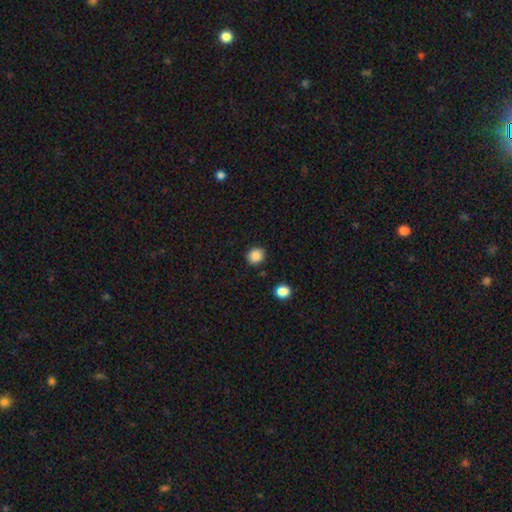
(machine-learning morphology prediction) Smooth or featured: smooth — 86% (star or artifact — 10%)
How rounded: round — 72% (in between — 27%)
Merging: none — 87% (minor disturbance — 8%)